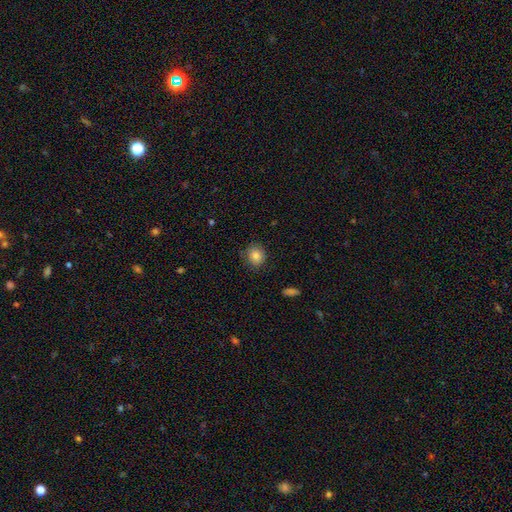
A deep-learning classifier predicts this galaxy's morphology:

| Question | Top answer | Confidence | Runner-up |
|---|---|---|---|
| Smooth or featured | smooth | 83% | star or artifact (10%) |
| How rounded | round | 75% | in between (24%) |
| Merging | none | 82% | minor disturbance (13%) |